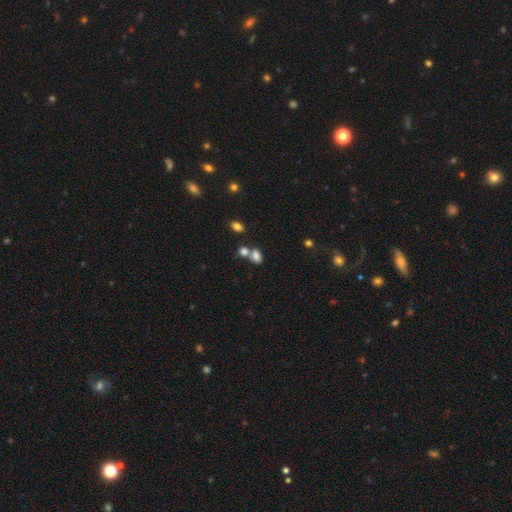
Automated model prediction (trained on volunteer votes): Smooth or featured: smooth — 78% (star or artifact — 12%)
How rounded: in between — 80% (round — 17%)
Merging: merger — 45% (none — 39%)